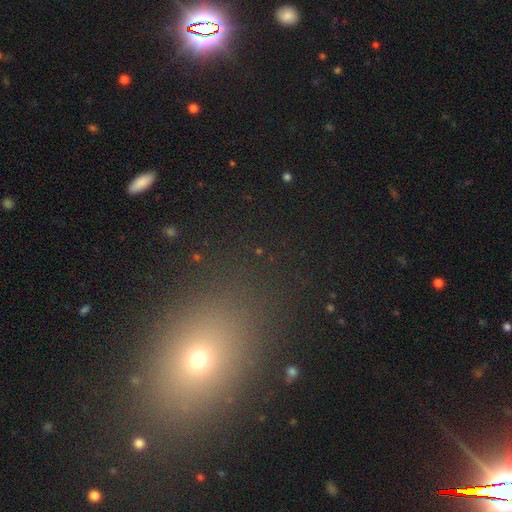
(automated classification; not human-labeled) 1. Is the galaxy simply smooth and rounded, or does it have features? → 52% smooth, 36% star or artifact, 12% featured or disk.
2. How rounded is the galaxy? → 52% in between, 45% round, 3% cigar-shaped.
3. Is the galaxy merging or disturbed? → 84% none, 8% minor disturbance, 4% major disturbance, 3% merger.